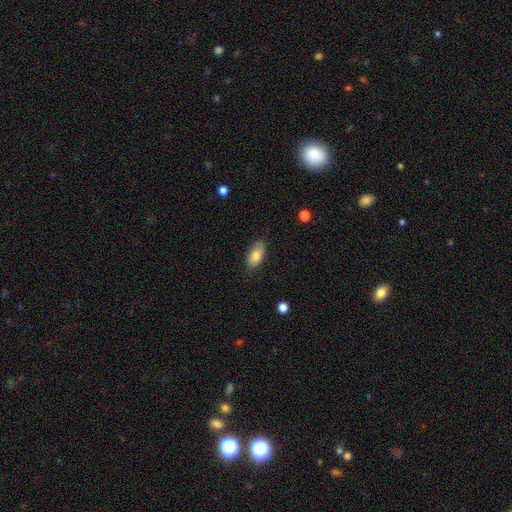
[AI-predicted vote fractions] Morphology: type=smooth (81%); roundness=in between (92%); merging=none (80%).